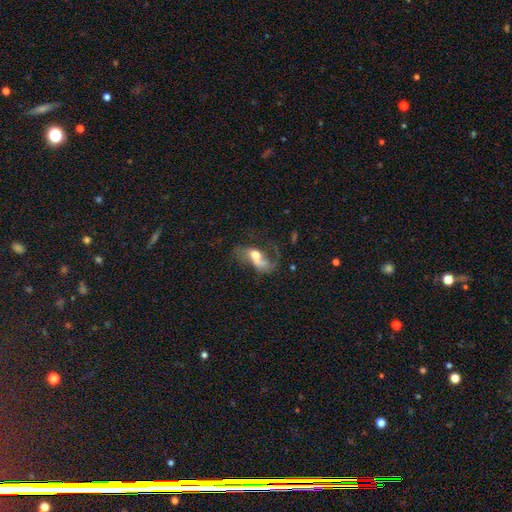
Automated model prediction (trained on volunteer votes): Morphology: type=featured or disk (61%); edge-on=no (92%); bar=no (56%); spiral arms=yes (71%); bulge=moderate (57%); merging=major disturbance (47%).